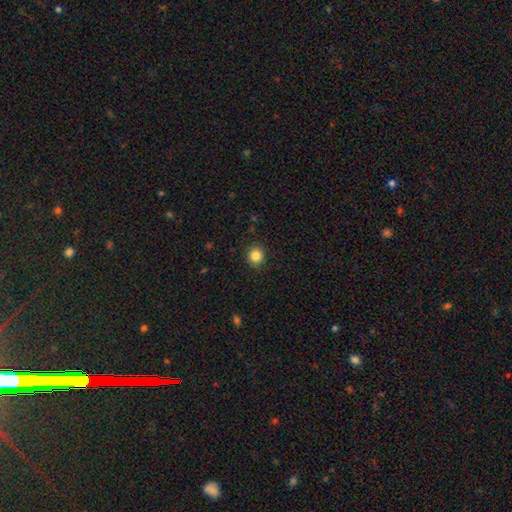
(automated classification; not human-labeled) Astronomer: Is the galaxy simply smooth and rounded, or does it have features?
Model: smooth — 85%.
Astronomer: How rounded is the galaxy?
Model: round — 89%.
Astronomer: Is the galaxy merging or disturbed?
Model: none — 91%.